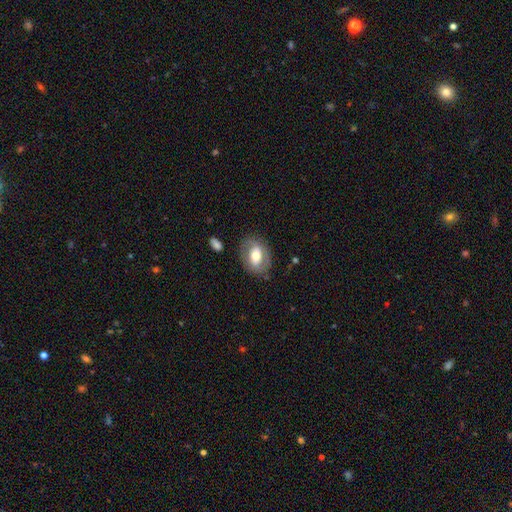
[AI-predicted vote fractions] Morphology: type=featured or disk (50%); edge-on=no (93%); merging=none (77%).